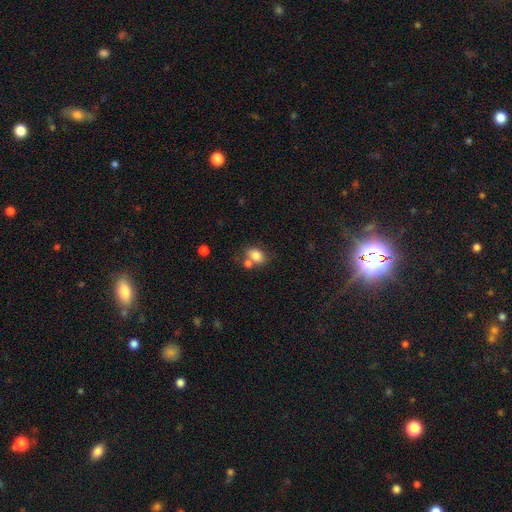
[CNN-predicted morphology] This is clearly a smooth galaxy (81%). How rounded: likely in between (70%). Merging: possibly none (51%).